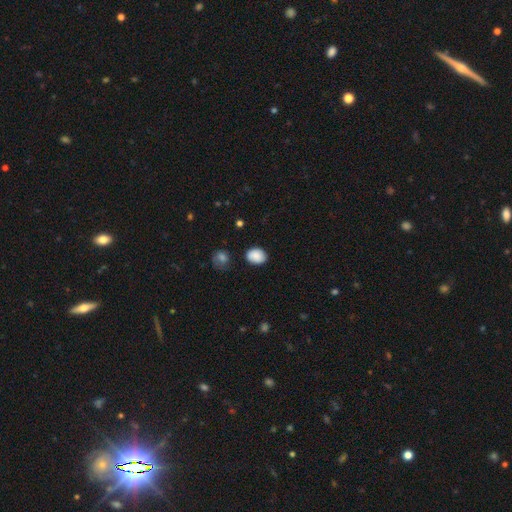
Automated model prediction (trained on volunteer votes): A smooth galaxy with no disk features (86%) that is in between round and cigar-shaped (63%).

Vote fractions:
- Smooth or featured? smooth: 86% / star or artifact: 8% / featured or disk: 6%
- How rounded? in between: 63% / round: 36% / cigar-shaped: 1%
- Merging? none: 81% / minor disturbance: 14% / major disturbance: 3% / merger: 2%